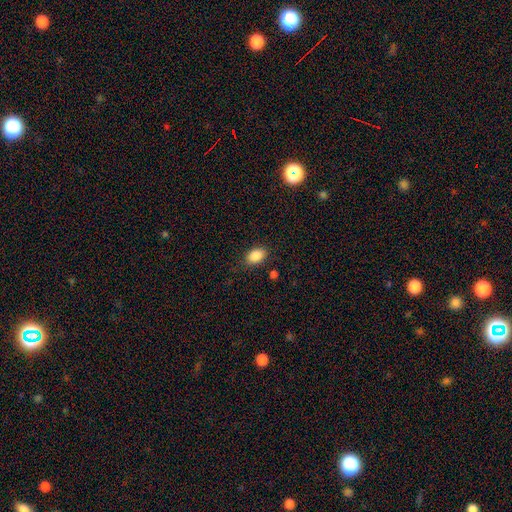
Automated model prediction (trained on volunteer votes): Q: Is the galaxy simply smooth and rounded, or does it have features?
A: smooth — 87%.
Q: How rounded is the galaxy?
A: in between — 84%.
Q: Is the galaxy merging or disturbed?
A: none — 84%.